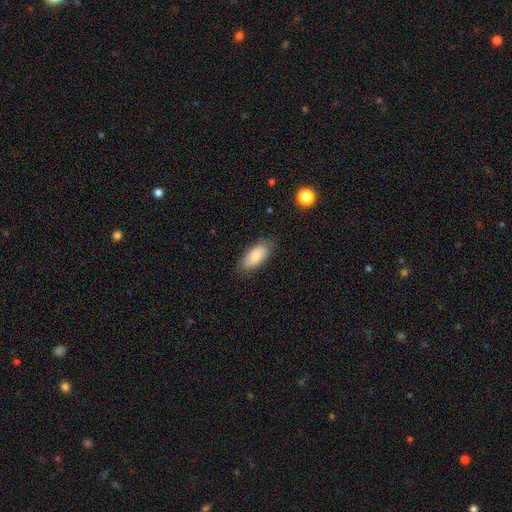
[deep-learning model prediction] Q: Smooth or featured?
A: smooth (77%); runner-up: featured or disk (16%)
Q: How rounded?
A: in between (92%); runner-up: cigar-shaped (6%)
Q: Merging?
A: none (78%); runner-up: minor disturbance (17%)